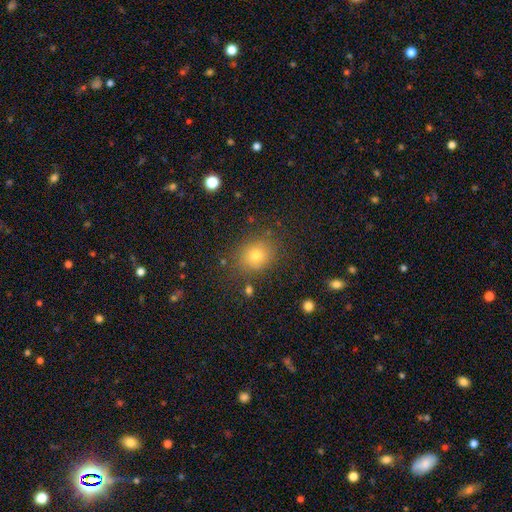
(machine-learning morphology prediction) smooth_or_featured: smooth (p=0.73) [alt: star or artifact p=0.17]
how_rounded: round (p=0.68) [alt: in between p=0.31]
merging: none (p=0.83) [alt: minor disturbance p=0.11]